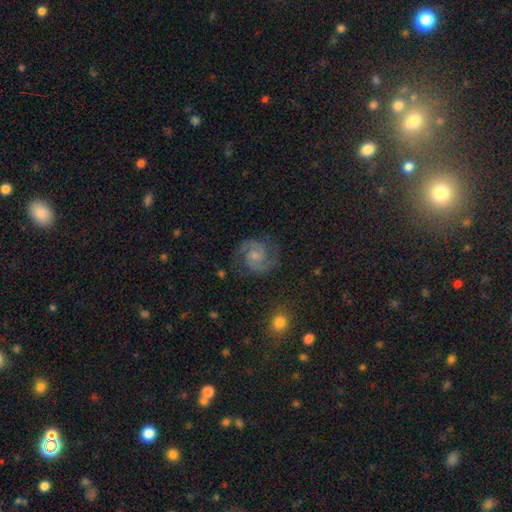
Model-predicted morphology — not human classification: smooth-or-featured: featured or disk: 89% | smooth: 6% | star or artifact: 6%
  disk-edge-on: no: 98% | yes: 2%
    bar: no: 58% | weak: 36% | strong: 6%
    has-spiral-arms: yes: 98% | no: 2%
      spiral-winding: medium: 55% | tight: 35% | loose: 10%
      spiral-arm-count: 2: 93% | can't tell: 2% | 3: 2% | 1: 1% | 4: 1% | more than 4: 1%
    bulge-size: small: 41% | moderate: 30% | none: 24% | large: 4% | dominant: 1%
  merging: none: 81% | minor disturbance: 13% | major disturbance: 5% | merger: 1%